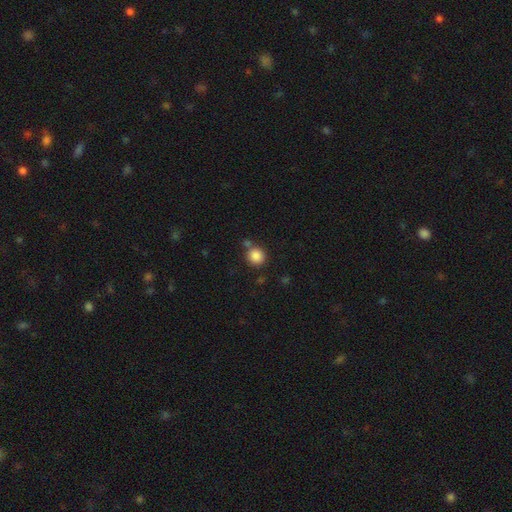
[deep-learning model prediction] This is clearly a smooth galaxy (86%). How rounded: clearly round (88%). Merging: likely none (72%).